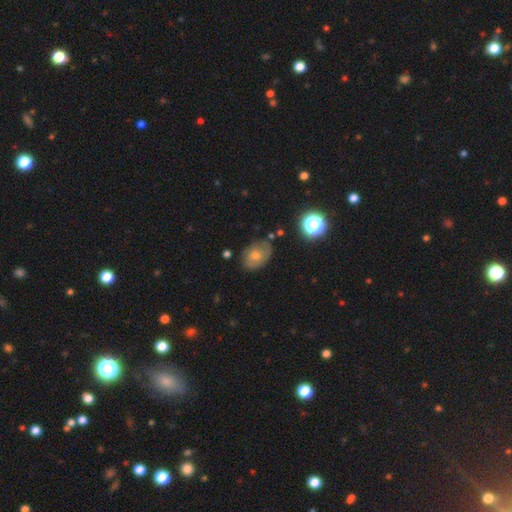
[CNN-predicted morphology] Smooth or featured?
  - smooth: 61% *
  - featured or disk: 28%
  - star or artifact: 10%
How rounded?
  - in between: 76% *
  - round: 23%
  - cigar-shaped: 1%
Merging?
  - none: 67% *
  - minor disturbance: 23%
  - major disturbance: 7%
  - merger: 3%